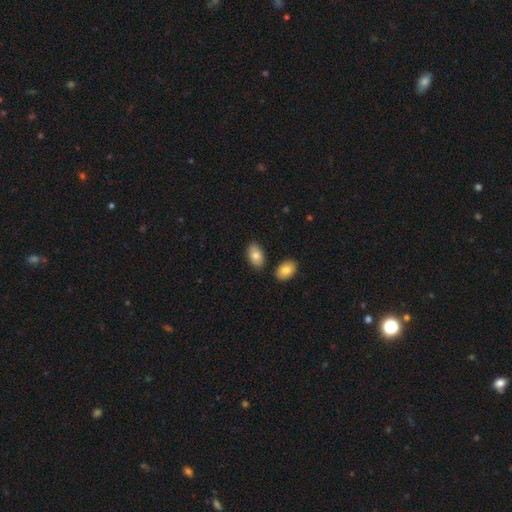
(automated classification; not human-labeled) This appears to be a smooth galaxy with no disk features (82%) that is in between round and cigar-shaped (94%). Merging: none (80%).